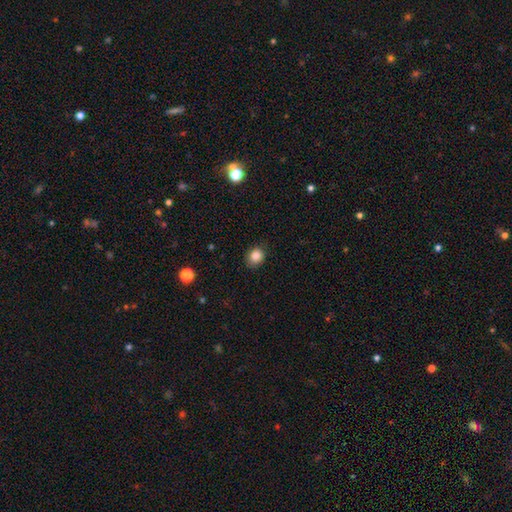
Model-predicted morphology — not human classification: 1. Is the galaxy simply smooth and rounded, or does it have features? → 85% smooth, 11% star or artifact, 4% featured or disk.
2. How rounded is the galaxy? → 65% round, 34% in between, 1% cigar-shaped.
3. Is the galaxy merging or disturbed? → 83% none, 13% minor disturbance, 3% major disturbance, 1% merger.